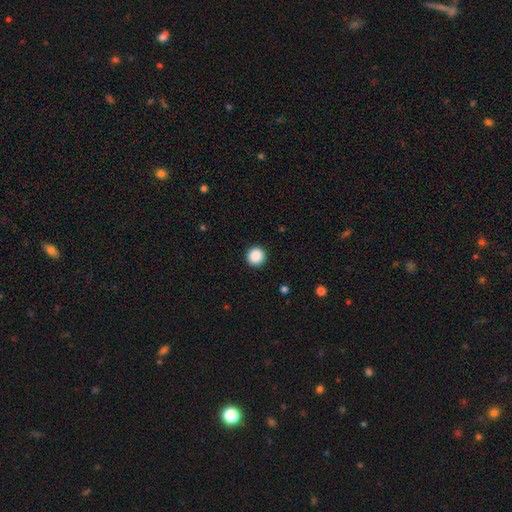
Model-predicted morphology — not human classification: Smooth or featured? smooth (89%)
How rounded? round (96%)
Merging? none (93%)